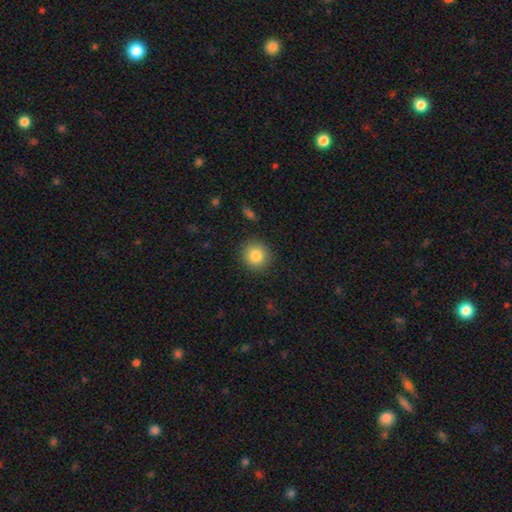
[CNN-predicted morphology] type=smooth (83%); roundness=round (92%); merging=none (90%).